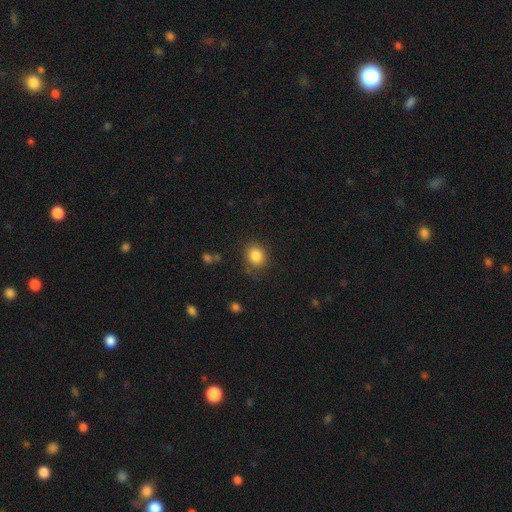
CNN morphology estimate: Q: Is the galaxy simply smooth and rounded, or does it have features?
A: smooth — 85%.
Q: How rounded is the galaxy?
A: round — 68%.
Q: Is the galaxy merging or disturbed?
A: none — 79%.